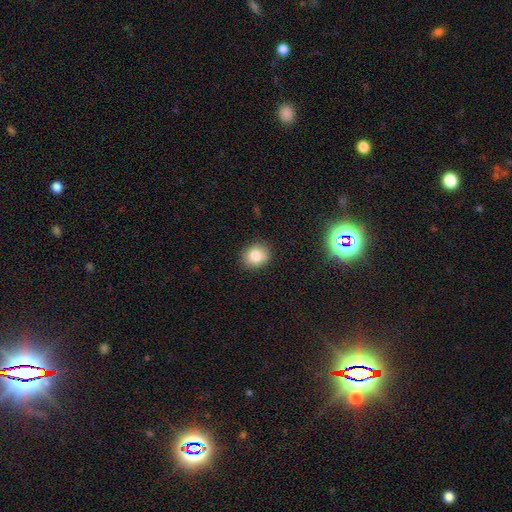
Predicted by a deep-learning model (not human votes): Overall: smooth (83%). How rounded: round (64%; in between 35%). Merging: none (85%).